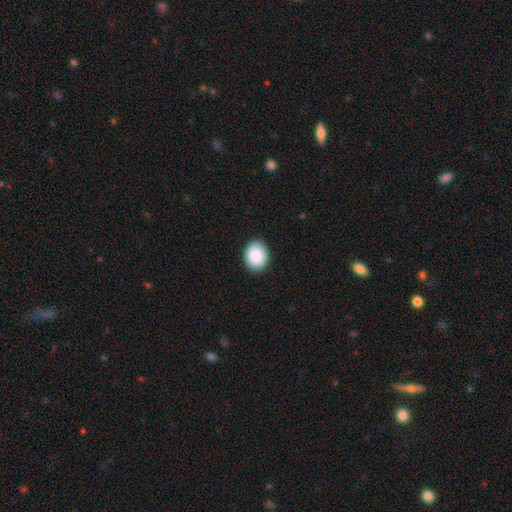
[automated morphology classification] This appears to be a smooth galaxy with no disk features (89%) that is in between round and cigar-shaped (57%). Merging: none (89%).